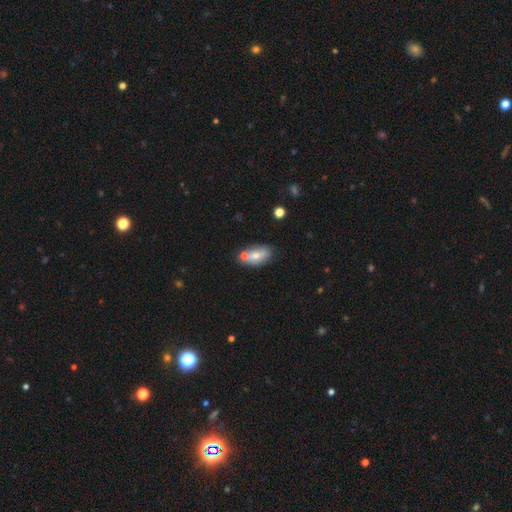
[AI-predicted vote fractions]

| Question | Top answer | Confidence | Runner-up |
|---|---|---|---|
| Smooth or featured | smooth | 66% | featured or disk (26%) |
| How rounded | in between | 88% | round (7%) |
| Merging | none | 58% | merger (22%) |